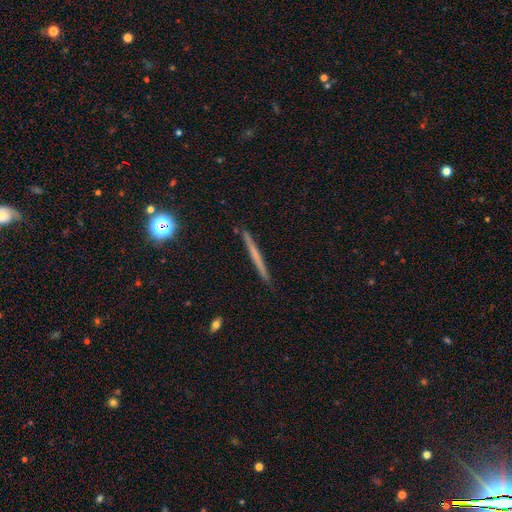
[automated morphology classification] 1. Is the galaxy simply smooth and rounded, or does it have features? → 48% smooth, 45% featured or disk, 8% star or artifact.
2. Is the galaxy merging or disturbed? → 91% none, 6% minor disturbance, 1% major disturbance, 1% merger.